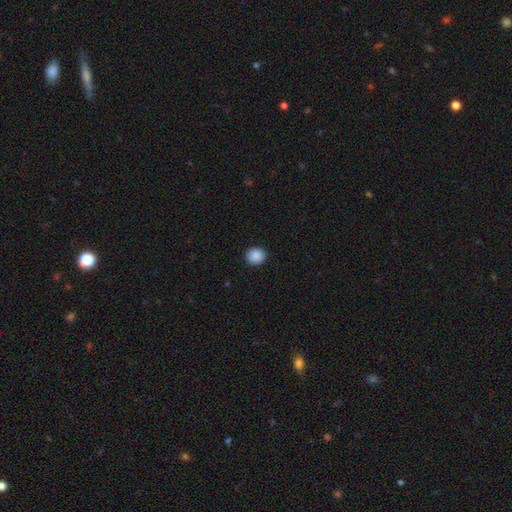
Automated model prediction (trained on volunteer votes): smooth 89%, star or artifact 8%, featured or disk 2%. Down the decision tree: how rounded — round (82%); merging — none (90%).